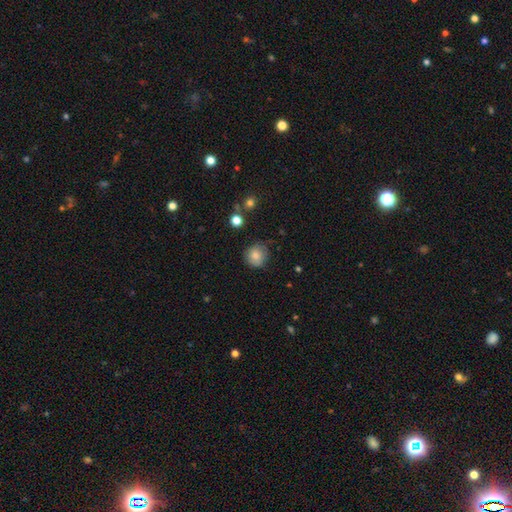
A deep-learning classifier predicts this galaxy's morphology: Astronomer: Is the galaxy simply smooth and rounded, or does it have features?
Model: smooth — 79%.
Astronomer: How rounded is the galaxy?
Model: round — 88%.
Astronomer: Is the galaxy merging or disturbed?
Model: none — 73%.